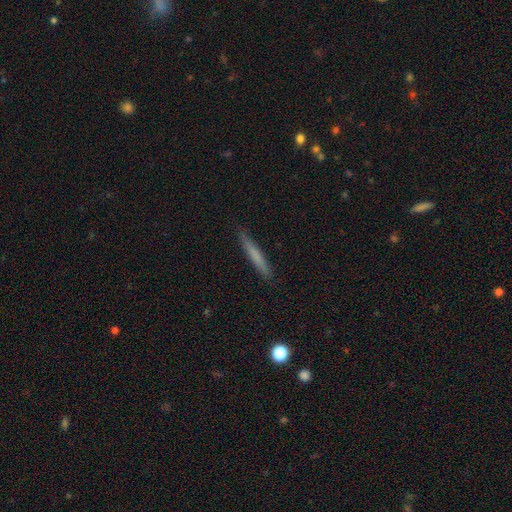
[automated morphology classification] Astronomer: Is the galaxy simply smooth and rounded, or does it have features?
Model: smooth — 67%.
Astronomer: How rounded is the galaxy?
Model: cigar-shaped — 96%.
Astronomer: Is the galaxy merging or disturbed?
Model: none — 89%.